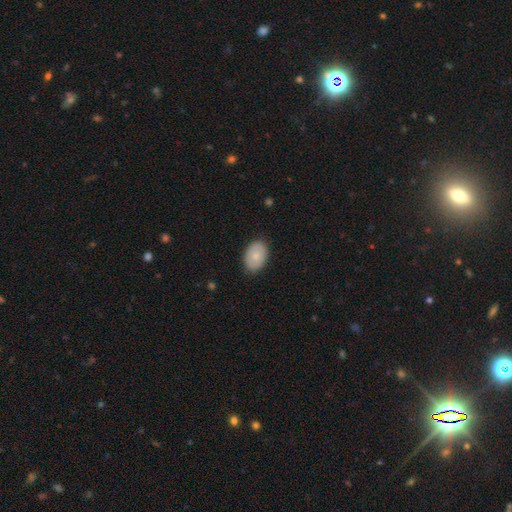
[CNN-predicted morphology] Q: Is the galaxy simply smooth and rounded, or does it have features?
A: smooth — 78%.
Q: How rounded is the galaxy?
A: in between — 83%.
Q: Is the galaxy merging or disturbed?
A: none — 84%.